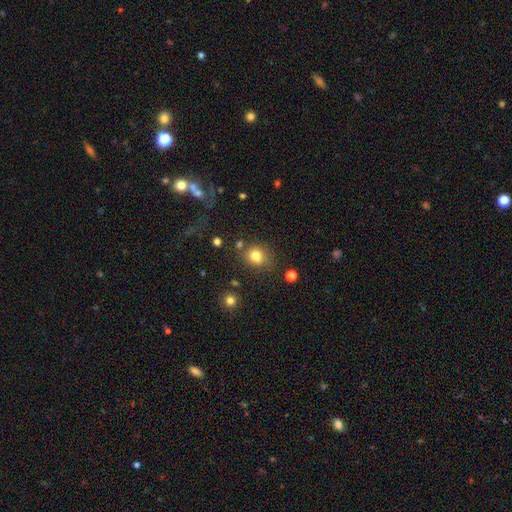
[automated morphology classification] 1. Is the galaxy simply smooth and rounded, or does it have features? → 79% smooth, 13% star or artifact, 8% featured or disk.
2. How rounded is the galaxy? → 71% round, 28% in between, 1% cigar-shaped.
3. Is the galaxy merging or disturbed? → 71% none, 15% minor disturbance, 8% merger, 5% major disturbance.